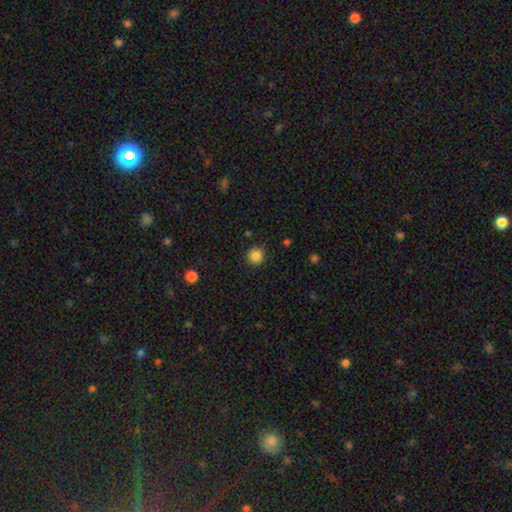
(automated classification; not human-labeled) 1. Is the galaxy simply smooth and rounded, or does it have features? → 86% smooth, 11% star or artifact, 3% featured or disk.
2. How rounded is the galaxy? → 93% round, 6% in between, 1% cigar-shaped.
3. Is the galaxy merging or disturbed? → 89% none, 8% minor disturbance, 2% major disturbance, 1% merger.